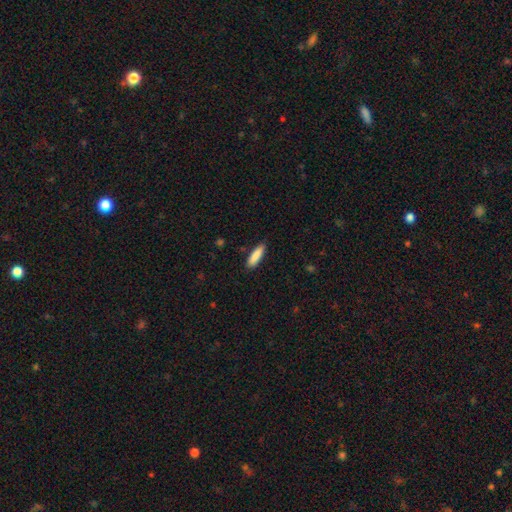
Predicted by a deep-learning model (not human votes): Q: Smooth or featured?
A: smooth (88%); runner-up: featured or disk (6%)
Q: How rounded?
A: cigar-shaped (64%); runner-up: in between (35%)
Q: Merging?
A: none (86%); runner-up: minor disturbance (10%)